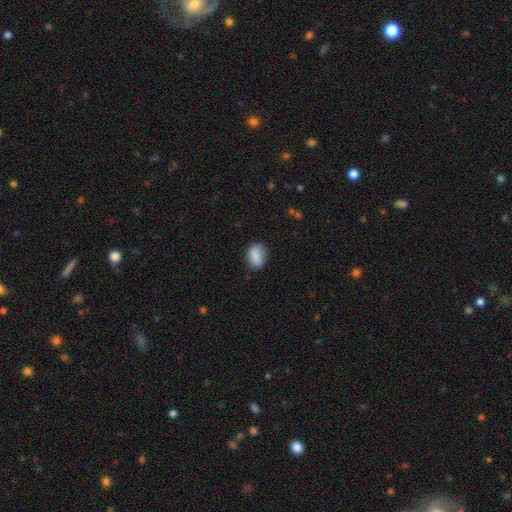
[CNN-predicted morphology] The model was most divided on "how rounded": in between: 72%, round: 26%, cigar-shaped: 2%. More confident: smooth or featured — smooth (82%); merging — none (78%).